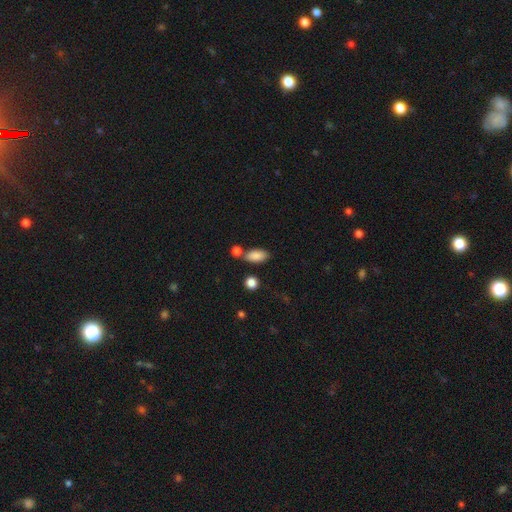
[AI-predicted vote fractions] Smooth or featured? smooth (87%)
How rounded? in between (89%)
Merging? none (67%)